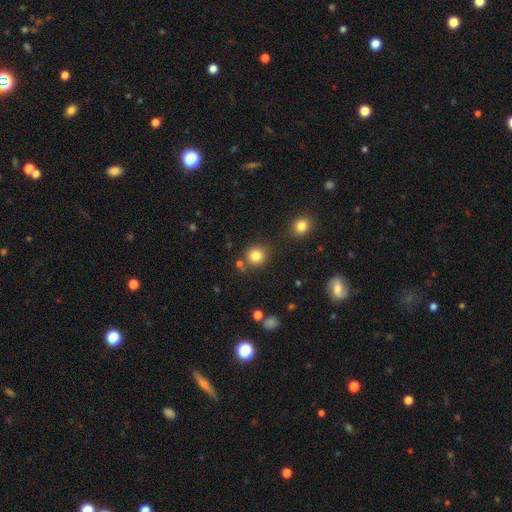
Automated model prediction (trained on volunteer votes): A smooth galaxy with no disk features (83%) that is round (90%). Merging: none (80%).